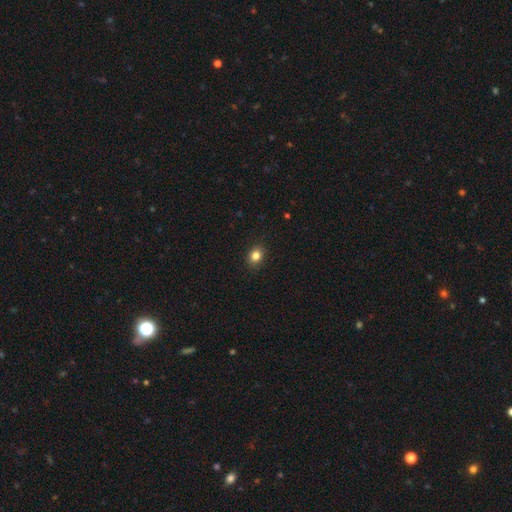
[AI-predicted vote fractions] A smooth galaxy with no disk features (83%) that is round (58%).

Vote fractions:
- Smooth or featured? smooth: 83% / star or artifact: 12% / featured or disk: 5%
- How rounded? round: 58% / in between: 41% / cigar-shaped: 1%
- Merging? none: 90% / minor disturbance: 7% / major disturbance: 2% / merger: 1%